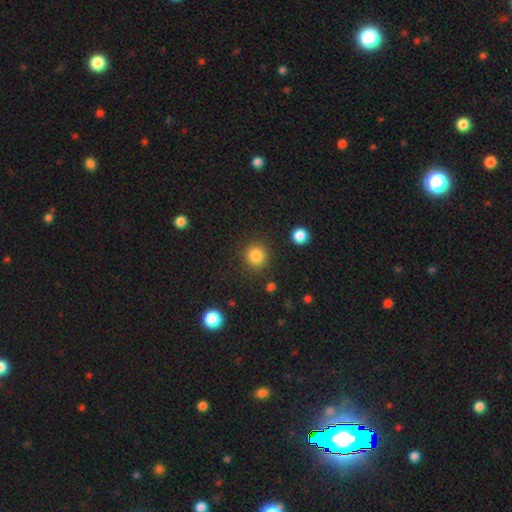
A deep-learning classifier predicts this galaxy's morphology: This appears to be a smooth galaxy with no disk features (85%) that is round (91%). Merging: none (89%).